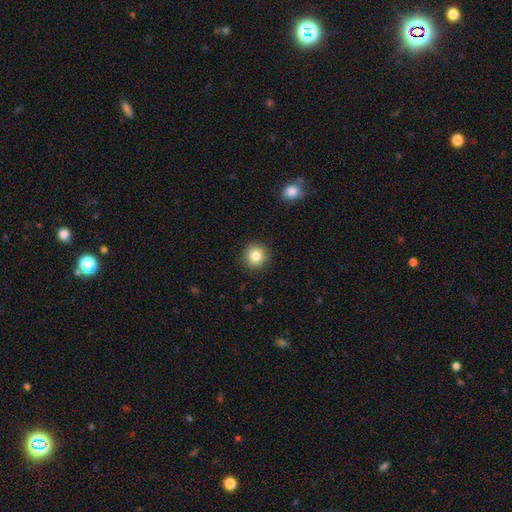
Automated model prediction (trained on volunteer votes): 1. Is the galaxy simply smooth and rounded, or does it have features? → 84% smooth, 10% star or artifact, 6% featured or disk.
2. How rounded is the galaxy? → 93% round, 6% in between, 1% cigar-shaped.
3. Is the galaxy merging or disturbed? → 91% none, 6% minor disturbance, 2% major disturbance, 1% merger.